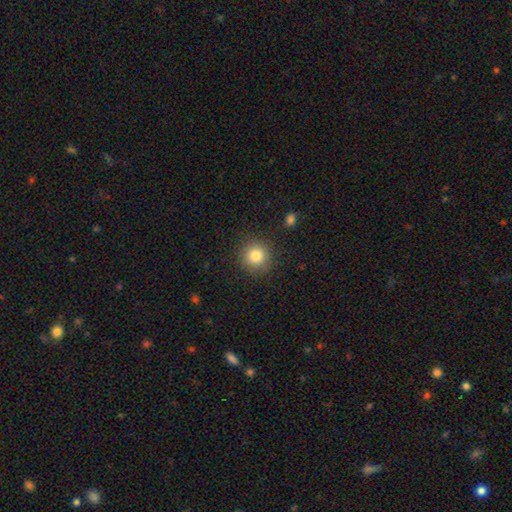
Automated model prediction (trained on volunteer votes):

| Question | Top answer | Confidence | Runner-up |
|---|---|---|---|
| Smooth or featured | smooth | 83% | star or artifact (10%) |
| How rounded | round | 93% | in between (6%) |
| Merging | none | 88% | minor disturbance (8%) |